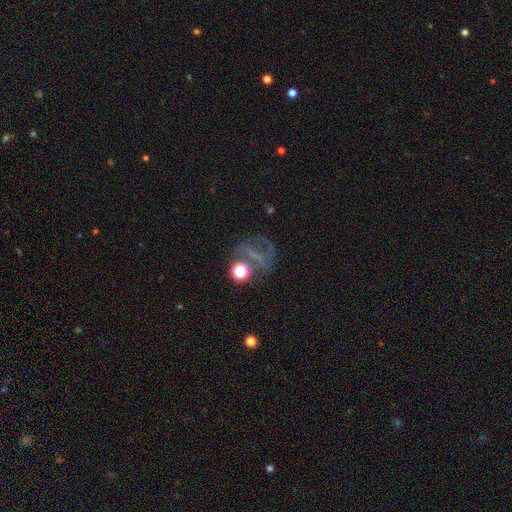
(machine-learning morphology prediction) smooth_or_featured: star or artifact (p=0.39) [alt: featured or disk p=0.30]